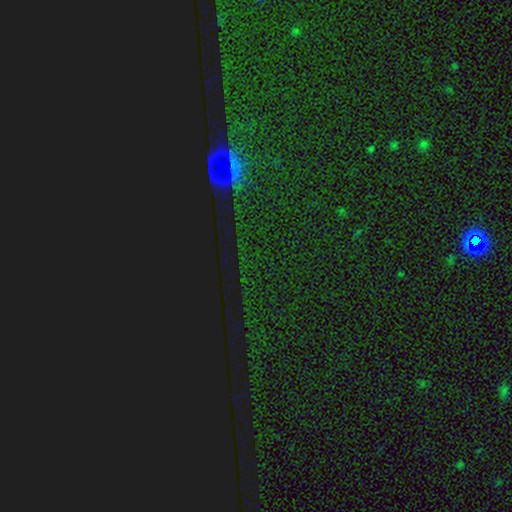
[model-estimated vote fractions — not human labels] This is likely a star or artifact rather than a galaxy (77%).